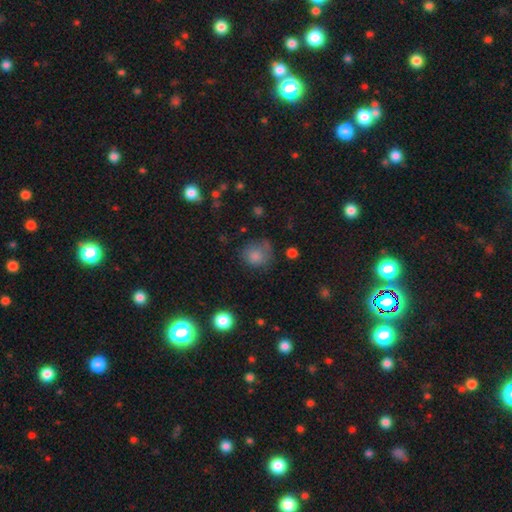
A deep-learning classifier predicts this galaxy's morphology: A smooth galaxy with no disk features (79%) that is round (80%).

Vote fractions:
- Smooth or featured? smooth: 79% / star or artifact: 12% / featured or disk: 9%
- How rounded? round: 80% / in between: 19% / cigar-shaped: 1%
- Merging? none: 58% / minor disturbance: 27% / major disturbance: 12% / merger: 3%